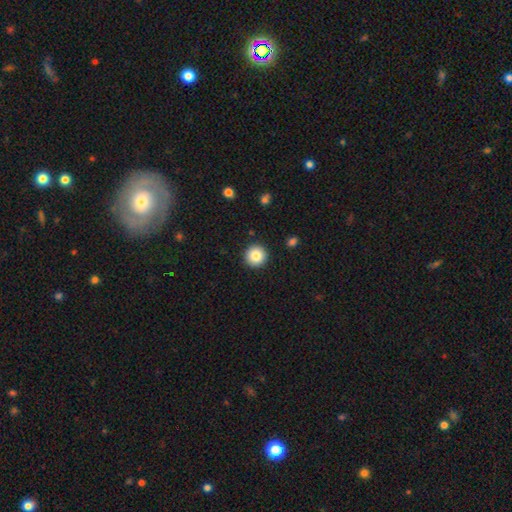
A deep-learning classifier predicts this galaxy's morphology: smooth-or-featured: smooth: 85% | star or artifact: 9% | featured or disk: 6%
  how-rounded: round: 95% | in between: 4% | cigar-shaped: 1%
  merging: none: 92% | minor disturbance: 5% | major disturbance: 2% | merger: 1%